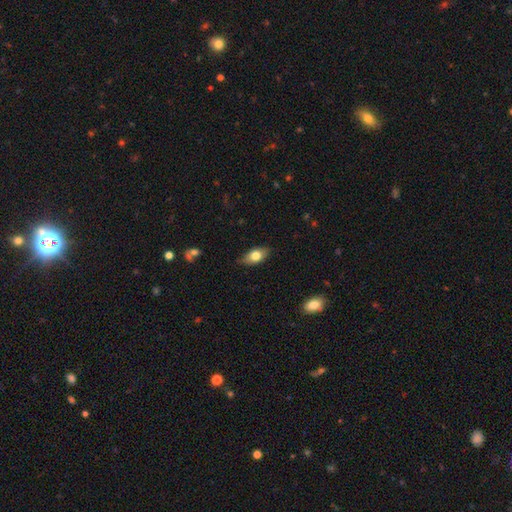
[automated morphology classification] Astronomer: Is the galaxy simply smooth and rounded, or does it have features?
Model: smooth — 75%.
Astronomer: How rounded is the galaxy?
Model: in between — 88%.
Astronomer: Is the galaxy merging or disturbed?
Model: none — 79%.